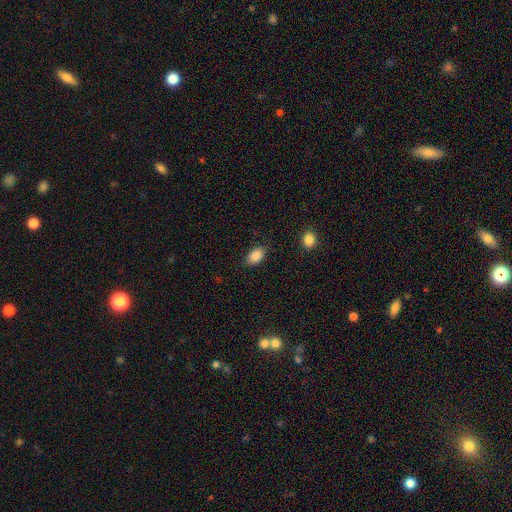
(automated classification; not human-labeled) Overall: smooth (88%). How rounded: in between (88%). Merging: none (84%).